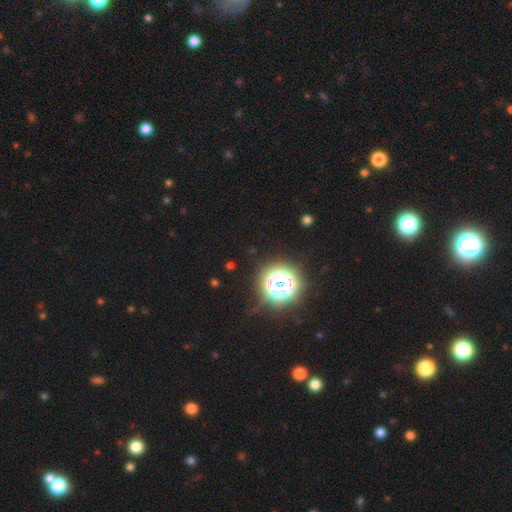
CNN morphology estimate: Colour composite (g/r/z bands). It shows a star or artifact, not a galaxy (78%).